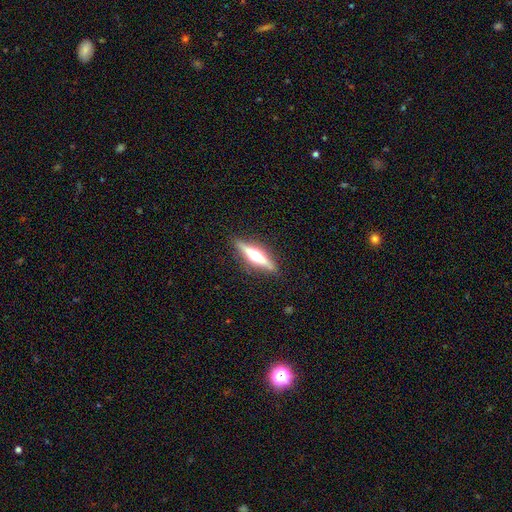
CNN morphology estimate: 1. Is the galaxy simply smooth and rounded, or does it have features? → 69% featured or disk, 26% smooth, 6% star or artifact.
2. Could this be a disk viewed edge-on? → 96% yes, 4% no.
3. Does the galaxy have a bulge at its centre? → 90% rounded, 6% boxy, 4% none.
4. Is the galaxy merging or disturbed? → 88% none, 9% minor disturbance, 2% major disturbance, 1% merger.